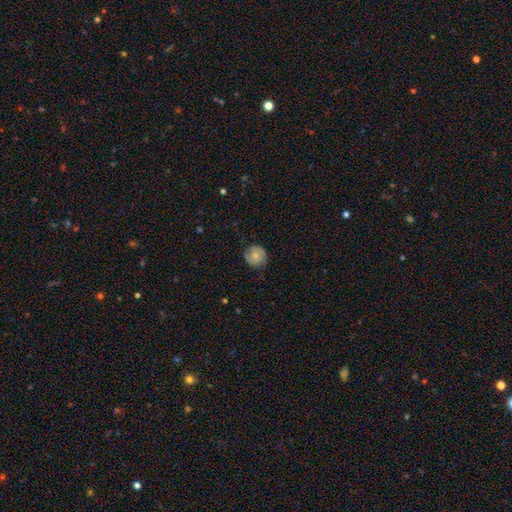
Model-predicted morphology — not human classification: The model was most divided on "smooth or featured": smooth: 68%, featured or disk: 24%, star or artifact: 8%. More confident: how rounded — round (90%); merging — none (78%).